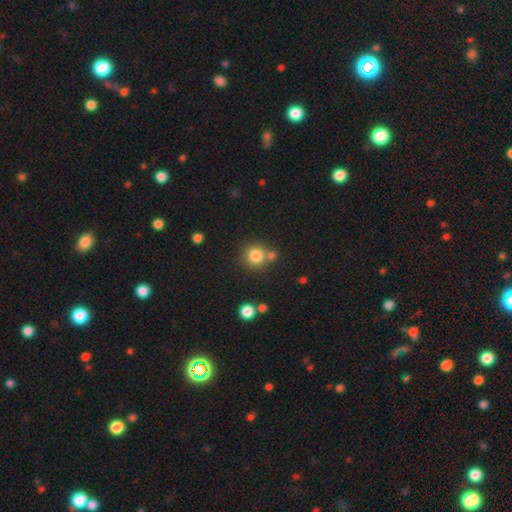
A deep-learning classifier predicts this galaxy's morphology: Smooth or featured?
  - smooth: 81% *
  - star or artifact: 12%
  - featured or disk: 7%
How rounded?
  - round: 92% *
  - in between: 7%
  - cigar-shaped: 1%
Merging?
  - none: 69% *
  - merger: 19%
  - minor disturbance: 8%
  - major disturbance: 3%